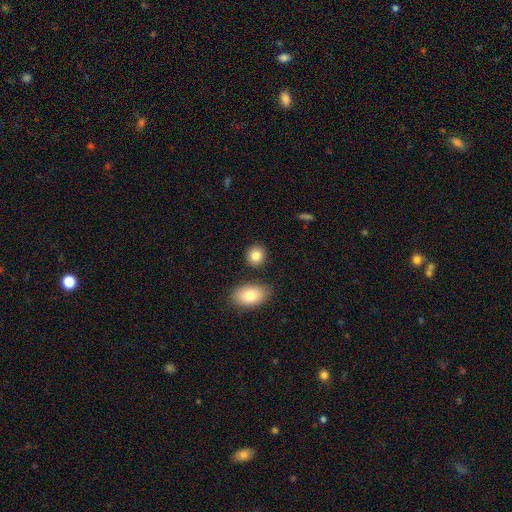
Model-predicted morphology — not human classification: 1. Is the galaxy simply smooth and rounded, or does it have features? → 84% smooth, 9% star or artifact, 8% featured or disk.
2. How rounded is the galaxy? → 77% round, 22% in between, 1% cigar-shaped.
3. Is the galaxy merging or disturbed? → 83% none, 8% minor disturbance, 6% merger, 3% major disturbance.